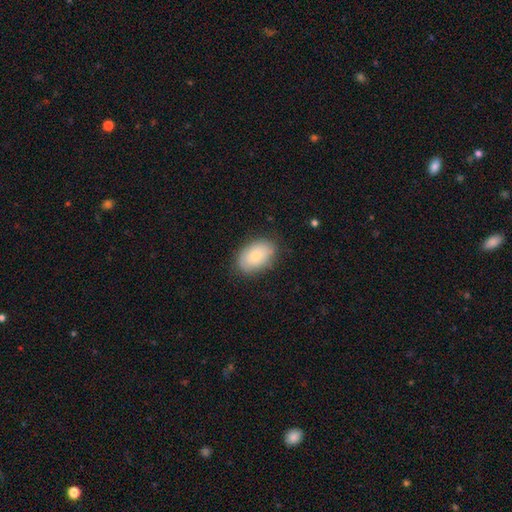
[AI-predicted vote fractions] A smooth galaxy with no disk features (73%) that is in between round and cigar-shaped (87%).

Vote fractions:
- Smooth or featured? smooth: 73% / featured or disk: 20% / star or artifact: 7%
- How rounded? in between: 87% / round: 12% / cigar-shaped: 1%
- Merging? none: 81% / minor disturbance: 15% / major disturbance: 4% / merger: 1%